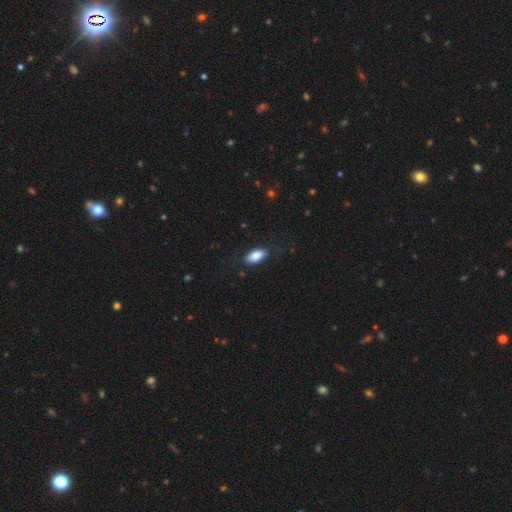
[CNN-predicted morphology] This appears to be a smooth galaxy with no disk features (88%) that is in between round and cigar-shaped (91%). Merging: none (83%).